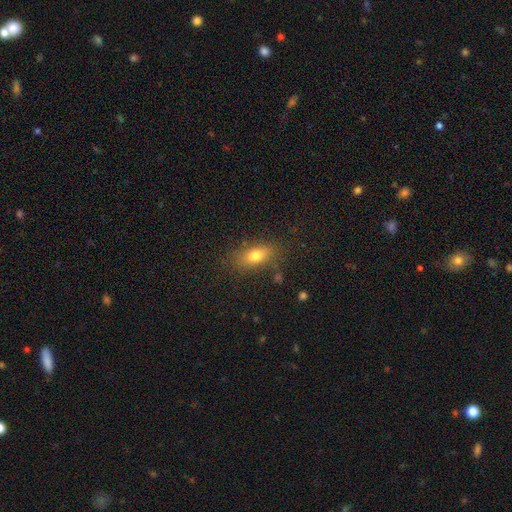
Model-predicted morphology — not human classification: A smooth galaxy with no disk features (75%) that is in between round and cigar-shaped (80%).

Vote fractions:
- Smooth or featured? smooth: 75% / featured or disk: 14% / star or artifact: 11%
- How rounded? in between: 80% / cigar-shaped: 10% / round: 10%
- Merging? none: 80% / minor disturbance: 13% / major disturbance: 4% / merger: 2%